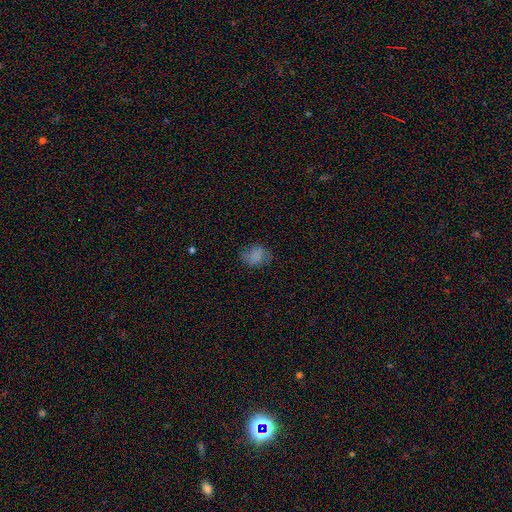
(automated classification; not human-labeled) Smooth or featured? Predicted: smooth (p=0.75). How rounded? Predicted: in between (p=0.51). Merging? Predicted: none (p=0.69).